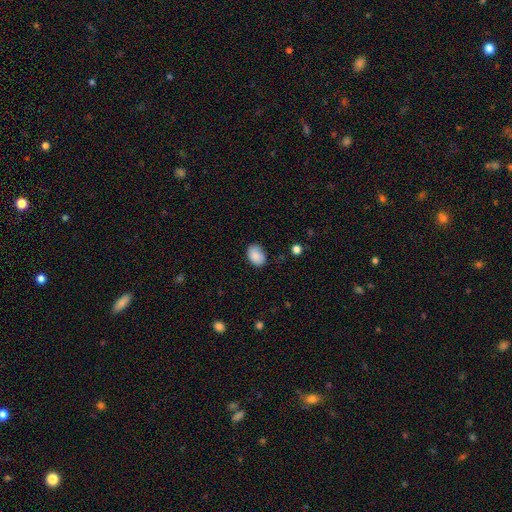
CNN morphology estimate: smooth 88%, star or artifact 7%, featured or disk 5%. Down the decision tree: how rounded — in between (82%); merging — none (76%).